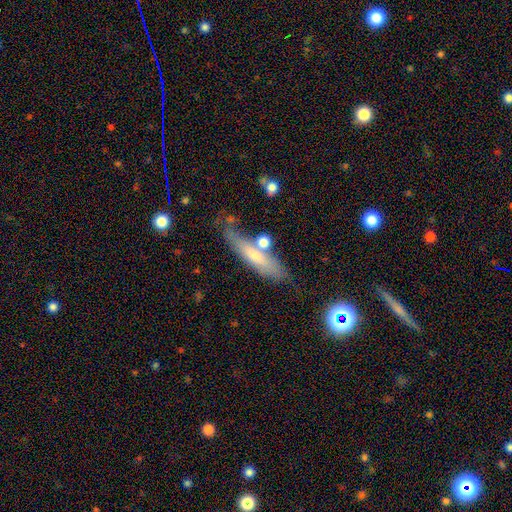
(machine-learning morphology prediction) Smooth or featured?
  - smooth: 58% *
  - featured or disk: 33%
  - star or artifact: 8%
How rounded?
  - cigar-shaped: 77% *
  - in between: 21%
  - round: 3%
Merging?
  - none: 60% *
  - minor disturbance: 20%
  - merger: 13%
  - major disturbance: 7%